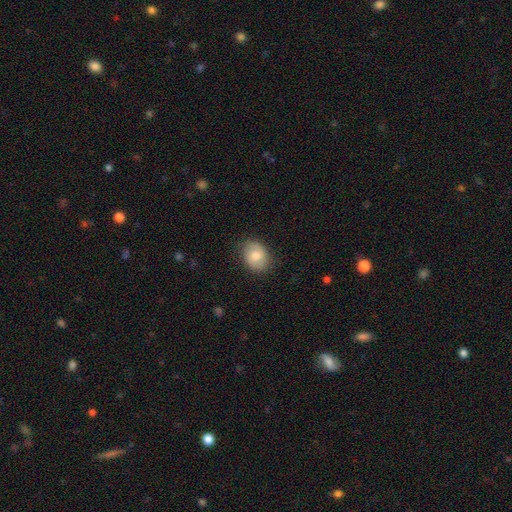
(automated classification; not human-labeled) Smooth or featured?
  - smooth: 72% *
  - featured or disk: 20%
  - star or artifact: 7%
How rounded?
  - in between: 54% *
  - round: 45%
  - cigar-shaped: 1%
Merging?
  - none: 81% *
  - minor disturbance: 14%
  - major disturbance: 4%
  - merger: 1%